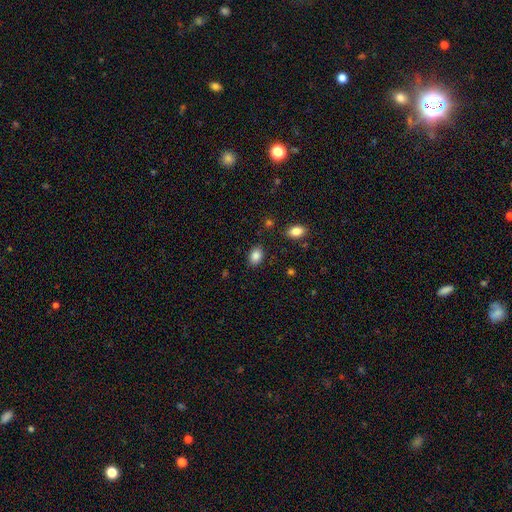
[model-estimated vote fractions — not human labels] smooth_or_featured: smooth (p=0.86) [alt: star or artifact p=0.09]
how_rounded: in between (p=0.78) [alt: round p=0.21]
merging: none (p=0.84) [alt: minor disturbance p=0.11]